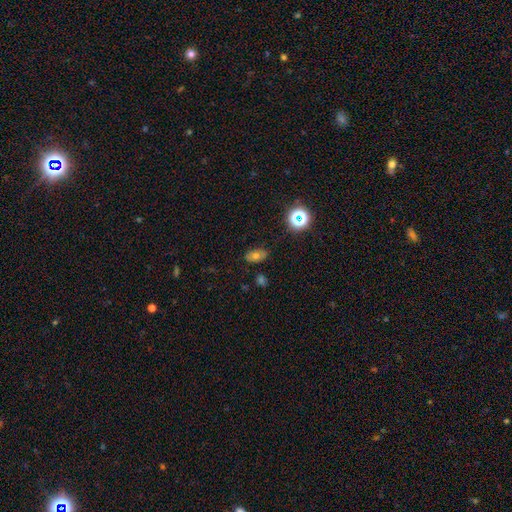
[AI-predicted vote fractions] The model was most divided on "smooth or featured": smooth: 63%, star or artifact: 18%, featured or disk: 18%. More confident: how rounded — in between (87%); merging — none (80%).